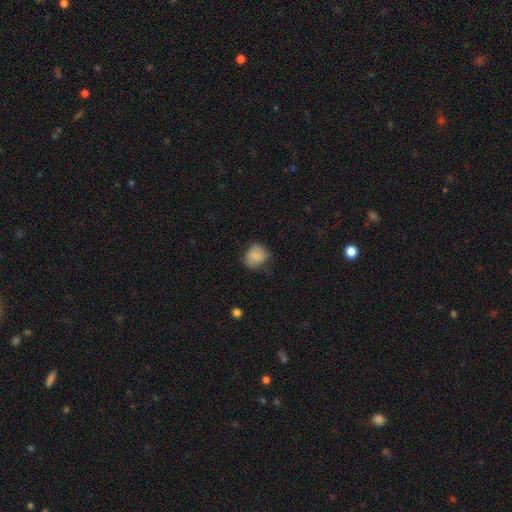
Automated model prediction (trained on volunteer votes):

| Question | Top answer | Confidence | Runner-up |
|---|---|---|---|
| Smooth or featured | smooth | 77% | featured or disk (14%) |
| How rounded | round | 66% | in between (33%) |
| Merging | none | 56% | minor disturbance (31%) |